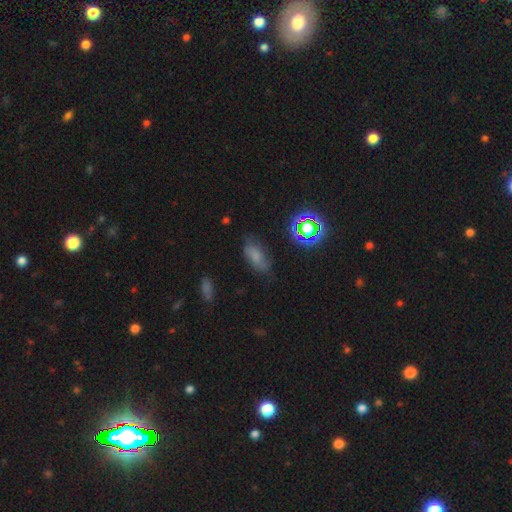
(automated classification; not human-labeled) A smooth galaxy with no disk features (57%) that is in between round and cigar-shaped (85%). Merging: none (60%).